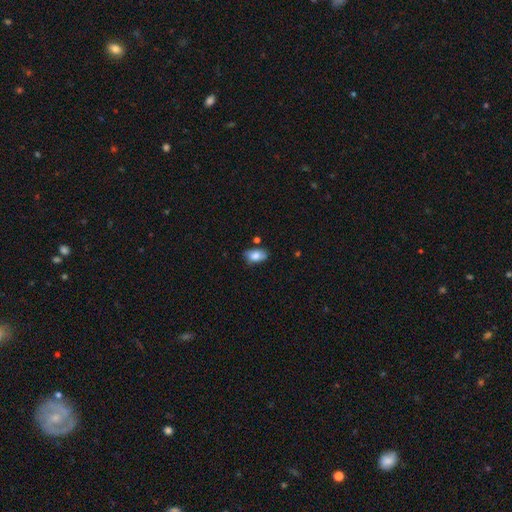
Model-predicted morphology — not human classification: Q: Smooth or featured?
A: smooth (82%); runner-up: featured or disk (11%)
Q: How rounded?
A: in between (91%); runner-up: round (7%)
Q: Merging?
A: none (70%); runner-up: minor disturbance (21%)